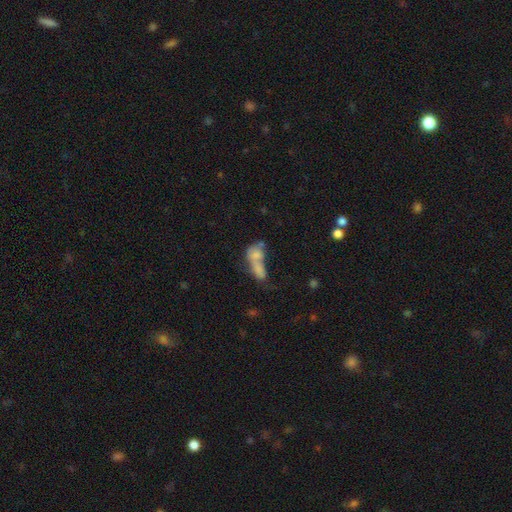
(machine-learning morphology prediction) smooth-or-featured: smooth: 60% | featured or disk: 26% | star or artifact: 14%
  how-rounded: in between: 70% | cigar-shaped: 15% | round: 14%
  merging: merger: 59% | none: 18% | major disturbance: 13% | minor disturbance: 10%